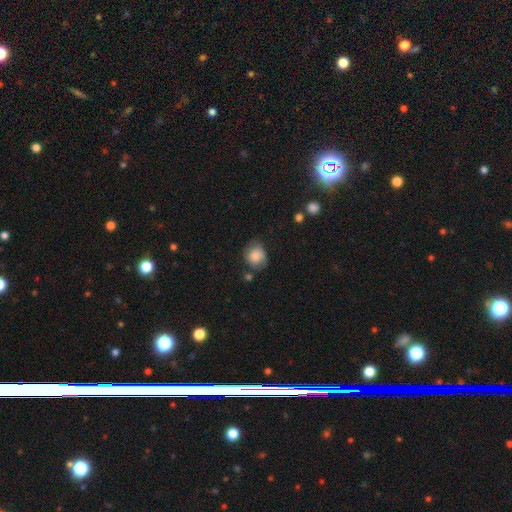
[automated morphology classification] Smooth or featured? Predicted: smooth (p=0.82). How rounded? Predicted: round (p=0.68). Merging? Predicted: none (p=0.62).